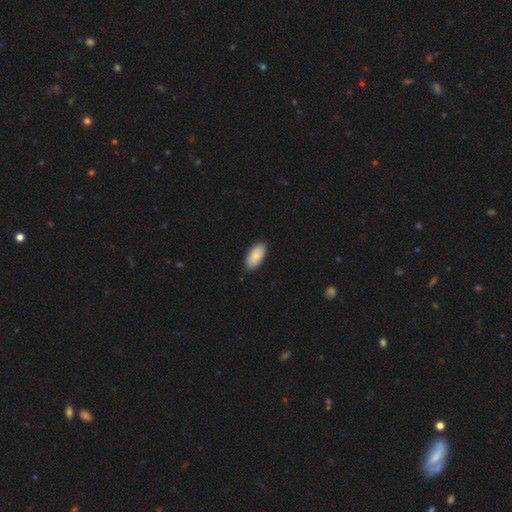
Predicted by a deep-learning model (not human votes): A smooth galaxy with no disk features (88%) that is in between round and cigar-shaped (94%). Merging: none (89%).